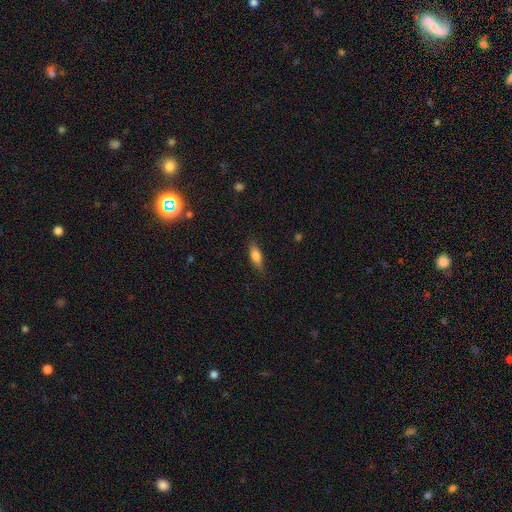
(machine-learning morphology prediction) smooth 77%, featured or disk 16%, star or artifact 8%. Down the decision tree: how rounded — in between (67%); merging — none (80%).